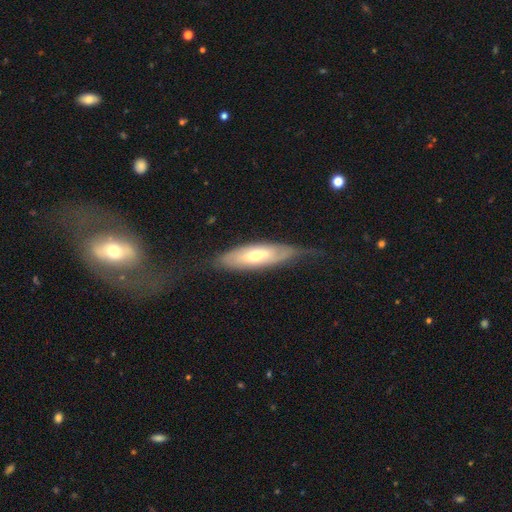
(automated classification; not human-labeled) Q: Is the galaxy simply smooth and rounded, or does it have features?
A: featured or disk — 59%.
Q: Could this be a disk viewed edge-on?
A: no — 65%.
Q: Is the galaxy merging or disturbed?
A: none — 54%.